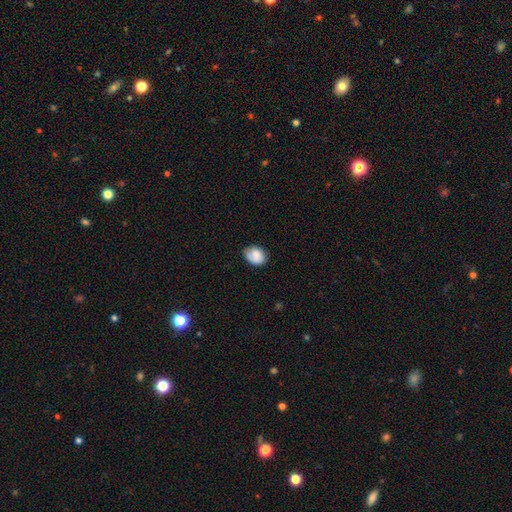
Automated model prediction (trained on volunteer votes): The model was most divided on "how rounded": in between: 59%, round: 40%, cigar-shaped: 1%. More confident: smooth or featured — smooth (76%); merging — none (65%).